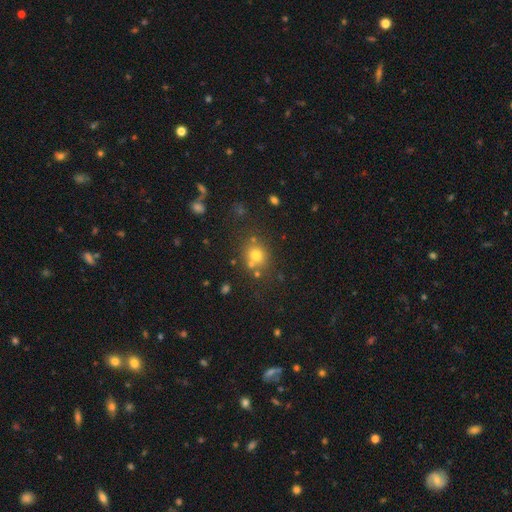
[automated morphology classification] Smooth or featured: smooth — 70% (star or artifact — 19%)
How rounded: round — 80% (in between — 19%)
Merging: none — 70% (merger — 15%)